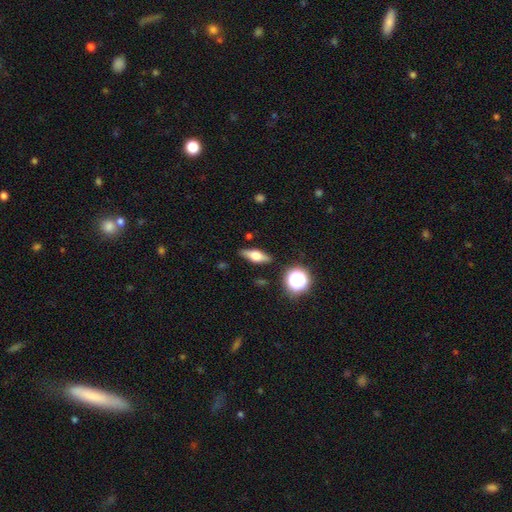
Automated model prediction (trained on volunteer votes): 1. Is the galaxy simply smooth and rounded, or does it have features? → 49% smooth, 42% featured or disk, 9% star or artifact.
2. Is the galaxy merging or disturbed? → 86% none, 9% minor disturbance, 2% major disturbance, 2% merger.